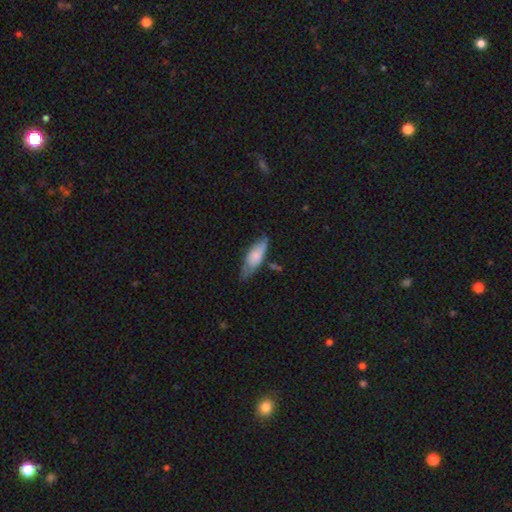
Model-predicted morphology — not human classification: smooth_or_featured: smooth (p=0.70) [alt: featured or disk p=0.24]
how_rounded: in between (p=0.61) [alt: cigar-shaped p=0.37]
merging: none (p=0.61) [alt: minor disturbance p=0.28]